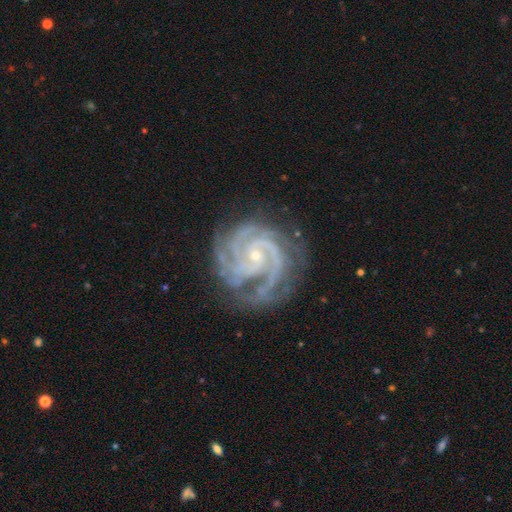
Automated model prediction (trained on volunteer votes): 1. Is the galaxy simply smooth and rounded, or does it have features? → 93% featured or disk, 5% star or artifact, 2% smooth.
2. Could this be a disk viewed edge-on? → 98% no, 2% yes.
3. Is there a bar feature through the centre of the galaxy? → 65% no, 25% weak, 10% strong.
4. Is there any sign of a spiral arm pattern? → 99% yes, 1% no.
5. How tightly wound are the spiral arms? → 71% tight, 27% medium, 3% loose.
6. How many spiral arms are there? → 39% 3, 24% 4, 13% 2, 9% can't tell, 8% more than 4, 7% 1.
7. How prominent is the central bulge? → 81% small, 15% moderate, 2% none, 1% large, 1% dominant.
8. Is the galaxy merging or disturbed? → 74% none, 18% minor disturbance, 7% major disturbance, 1% merger.